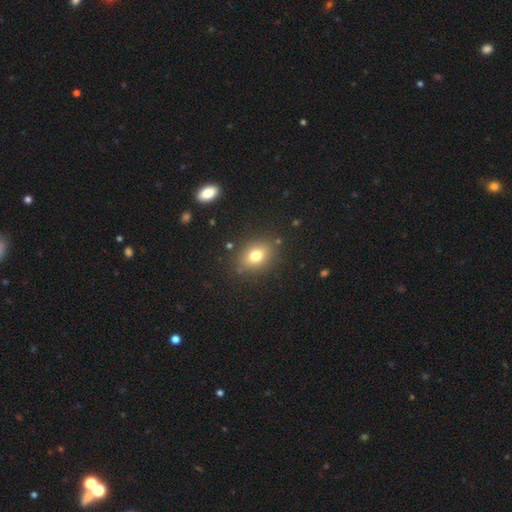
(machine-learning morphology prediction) Smooth or featured? smooth (77%)
How rounded? in between (65%)
Merging? none (84%)